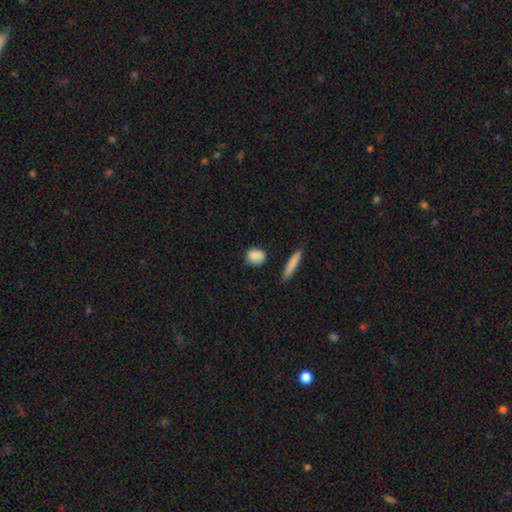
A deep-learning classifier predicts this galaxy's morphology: Smooth or featured? Predicted: smooth (p=0.87). How rounded? Predicted: round (p=0.50). Merging? Predicted: none (p=0.82).